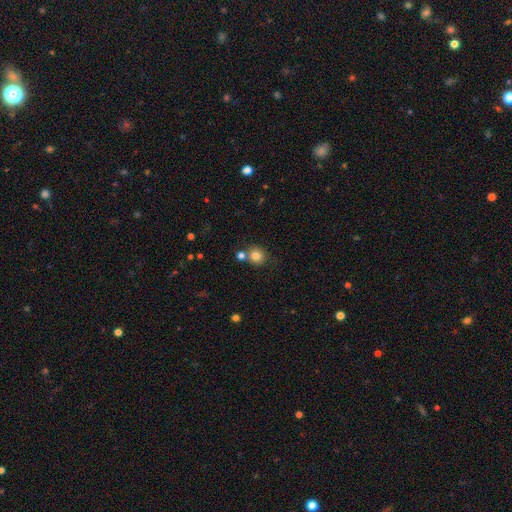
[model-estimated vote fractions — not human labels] smooth_or_featured: smooth (p=0.81) [alt: star or artifact p=0.11]
how_rounded: round (p=0.87) [alt: in between p=0.12]
merging: none (p=0.68) [alt: merger p=0.19]